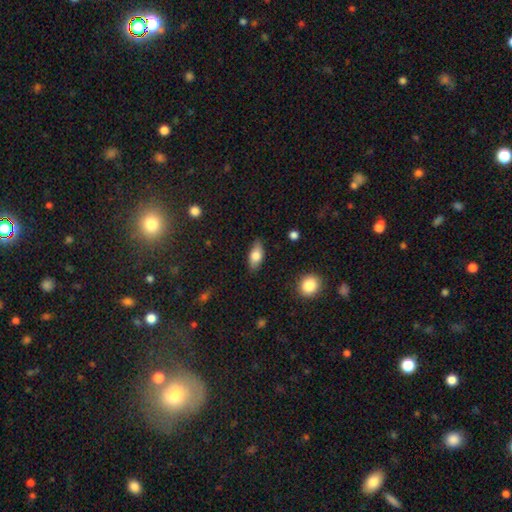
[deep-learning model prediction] Smooth or featured? Predicted: smooth (p=0.75). How rounded? Predicted: in between (p=0.85). Merging? Predicted: none (p=0.84).